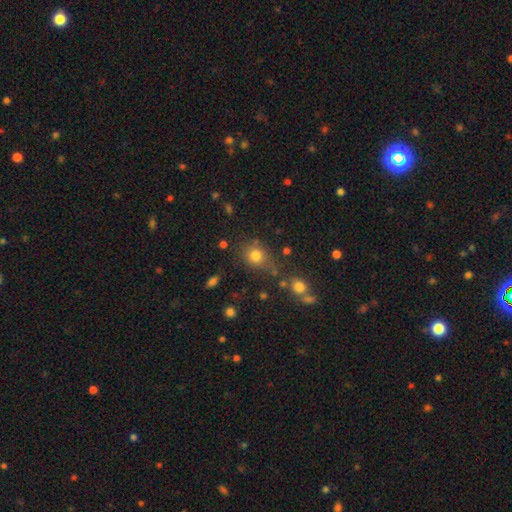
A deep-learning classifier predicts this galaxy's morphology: This appears to be a smooth galaxy with no disk features (79%) that is round (75%). Merging: none (69%).